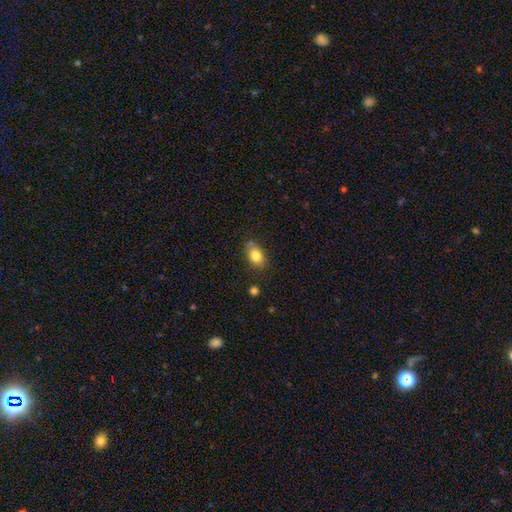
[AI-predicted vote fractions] The model was most divided on "merging": none: 72%, minor disturbance: 20%, merger: 5%, major disturbance: 4%. More confident: smooth or featured — smooth (83%); how rounded — in between (80%).